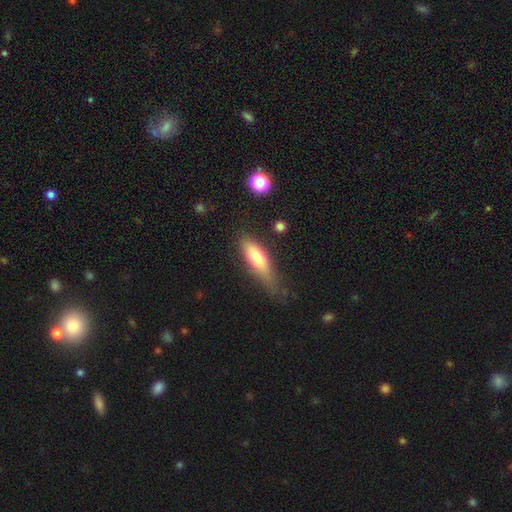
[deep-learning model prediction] smooth 66%, featured or disk 26%, star or artifact 8%. Down the decision tree: how rounded — cigar-shaped (57%); merging — none (54%).